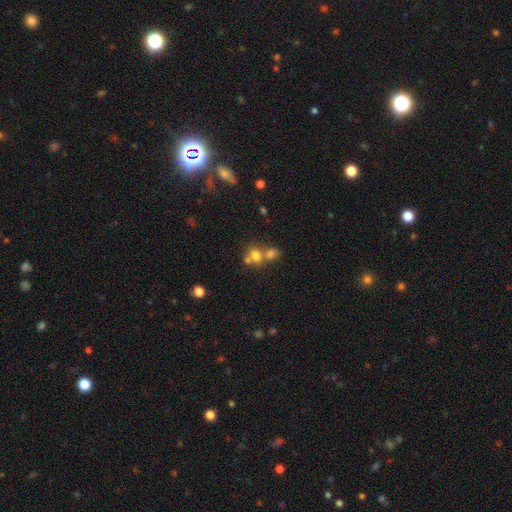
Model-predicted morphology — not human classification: smooth-or-featured: smooth: 70% | star or artifact: 15% | featured or disk: 15%
  how-rounded: round: 62% | in between: 37% | cigar-shaped: 1%
  merging: merger: 52% | none: 35% | minor disturbance: 8% | major disturbance: 4%